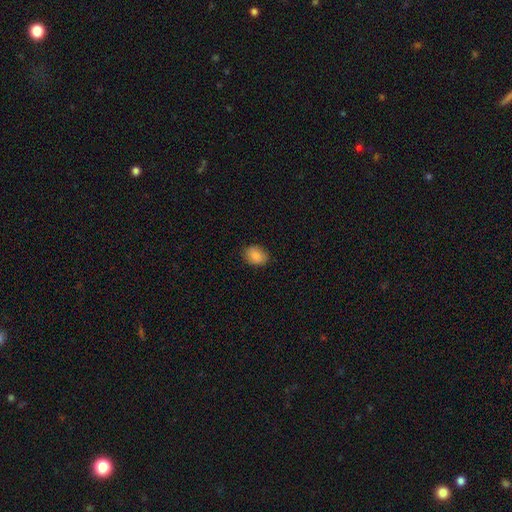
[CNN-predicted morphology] This is clearly a smooth galaxy (86%). How rounded: likely in between (63%). Merging: clearly none (87%).